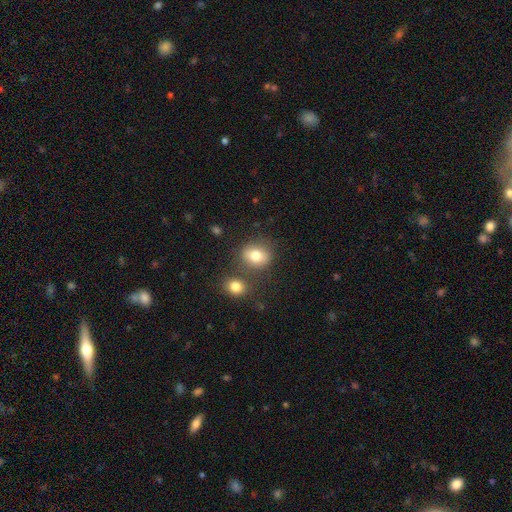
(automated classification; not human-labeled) Morphology: type=smooth (78%); roundness=round (62%); merging=none (70%).